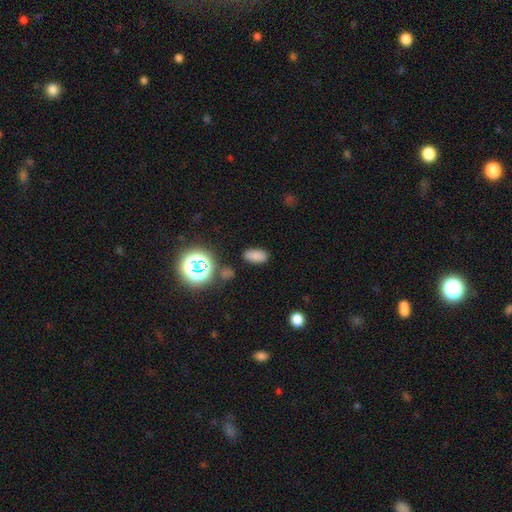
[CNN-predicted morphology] Smooth or featured?
  - smooth: 77% *
  - star or artifact: 17%
  - featured or disk: 6%
How rounded?
  - in between: 89% *
  - round: 7%
  - cigar-shaped: 4%
Merging?
  - none: 84% *
  - minor disturbance: 10%
  - major disturbance: 3%
  - merger: 3%